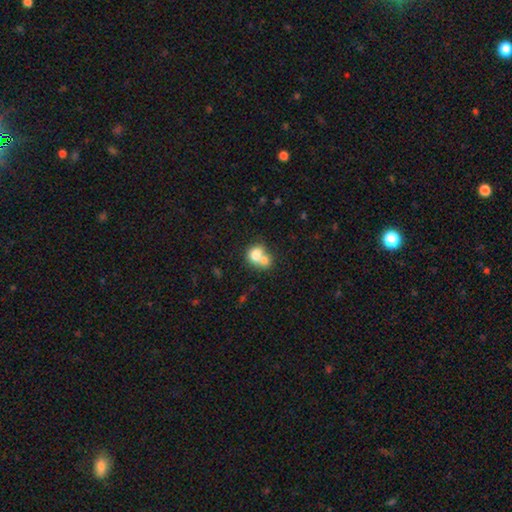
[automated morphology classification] Overall: smooth (74%). How rounded: round (55%; in between 44%). Merging: merger (66%).